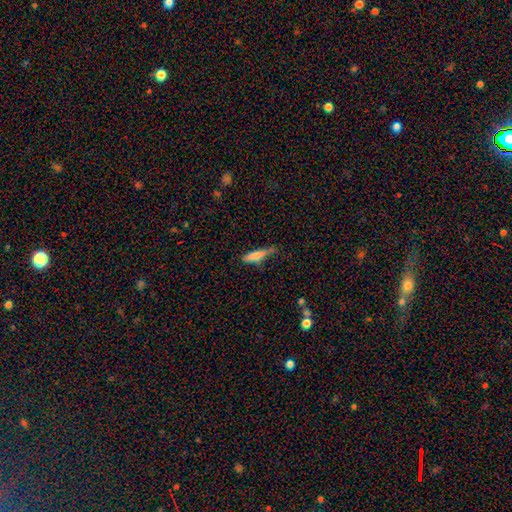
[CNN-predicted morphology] A smooth galaxy with no disk features (75%) that is cigar-shaped (77%). Merging: none (51%).